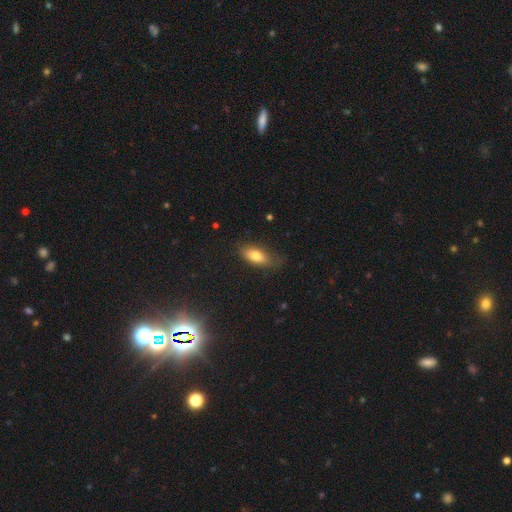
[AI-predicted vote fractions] smooth-or-featured: smooth: 78% | featured or disk: 14% | star or artifact: 8%
  how-rounded: in between: 83% | cigar-shaped: 14% | round: 3%
  merging: none: 70% | minor disturbance: 22% | major disturbance: 7% | merger: 1%